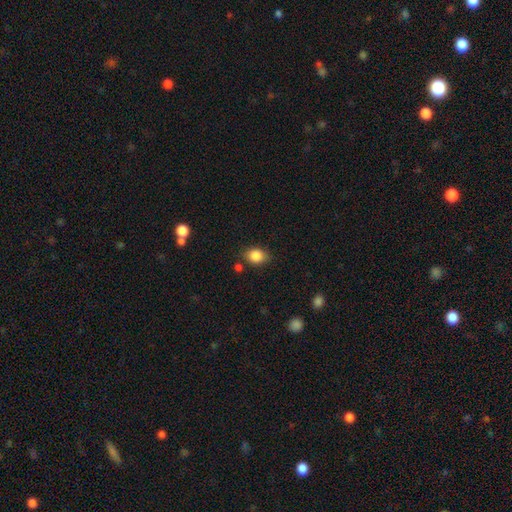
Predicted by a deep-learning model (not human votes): This is clearly a smooth galaxy (86%). How rounded: likely in between (60%). Merging: likely none (76%).